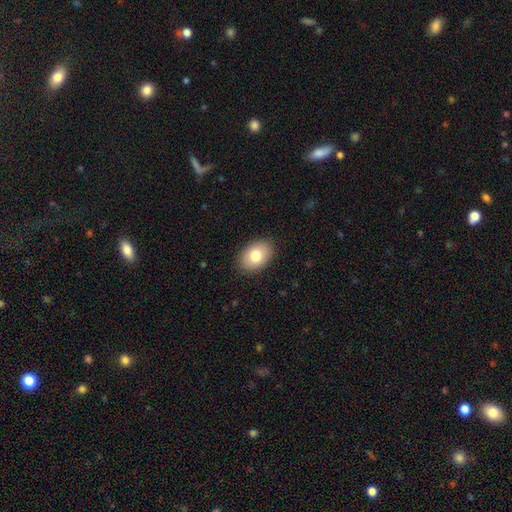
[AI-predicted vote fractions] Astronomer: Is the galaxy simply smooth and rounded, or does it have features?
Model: smooth — 80%.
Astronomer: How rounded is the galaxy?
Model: in between — 80%.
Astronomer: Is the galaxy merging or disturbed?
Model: none — 88%.